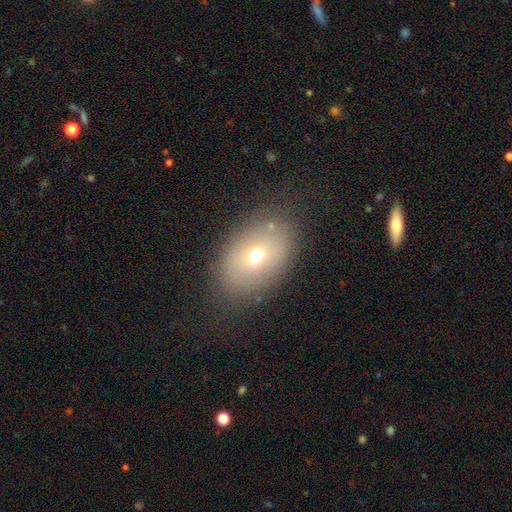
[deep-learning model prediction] Q: Smooth or featured?
A: smooth (65%); runner-up: featured or disk (22%)
Q: How rounded?
A: in between (81%); runner-up: round (18%)
Q: Merging?
A: none (79%); runner-up: minor disturbance (13%)